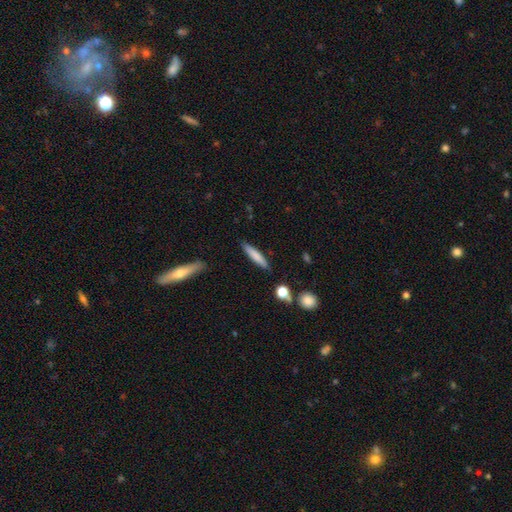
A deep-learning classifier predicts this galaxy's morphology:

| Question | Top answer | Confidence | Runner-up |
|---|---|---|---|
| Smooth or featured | smooth | 77% | featured or disk (16%) |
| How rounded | cigar-shaped | 88% | in between (11%) |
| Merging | none | 87% | minor disturbance (8%) |